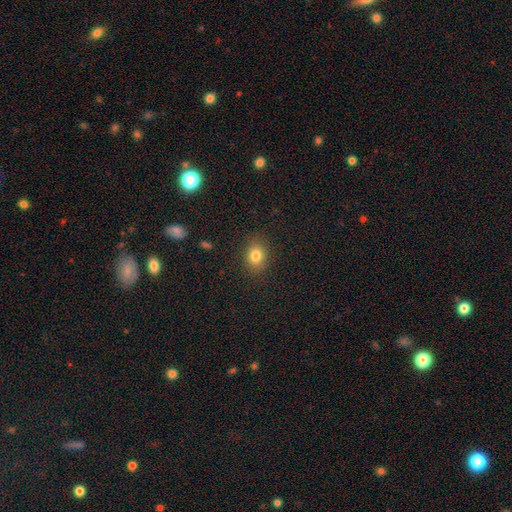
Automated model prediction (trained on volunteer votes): The model was most divided on "how rounded": in between: 53%, round: 46%, cigar-shaped: 1%. More confident: merging — none (87%); smooth or featured — smooth (81%).